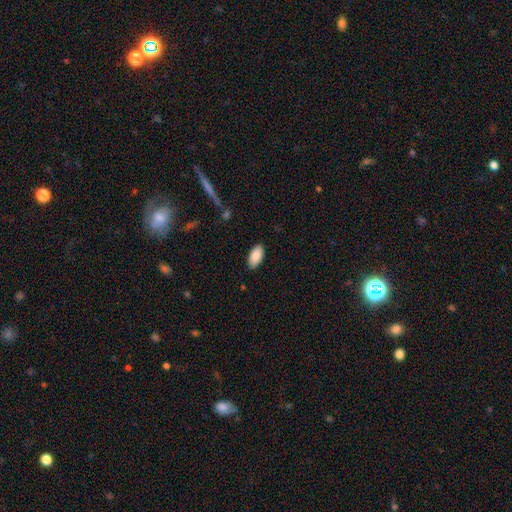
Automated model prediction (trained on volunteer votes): Overall: smooth (88%). How rounded: in between (94%). Merging: none (88%).